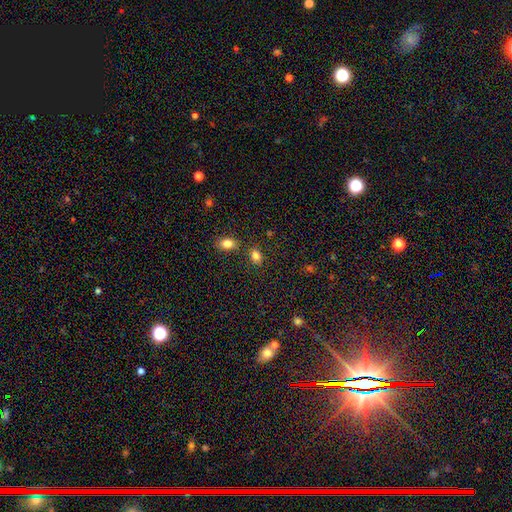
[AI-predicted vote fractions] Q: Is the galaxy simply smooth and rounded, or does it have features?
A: smooth — 84%.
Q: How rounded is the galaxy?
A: in between — 71%.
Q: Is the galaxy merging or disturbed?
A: none — 75%.